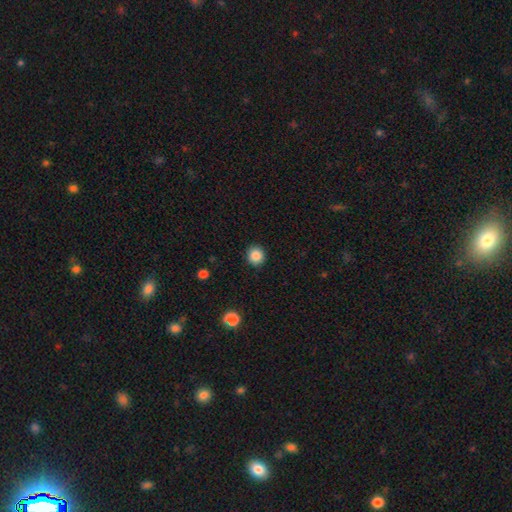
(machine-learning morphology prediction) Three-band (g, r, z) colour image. It shows a smooth galaxy with no disk features (87%) that is round (89%). Merging: none (91%).